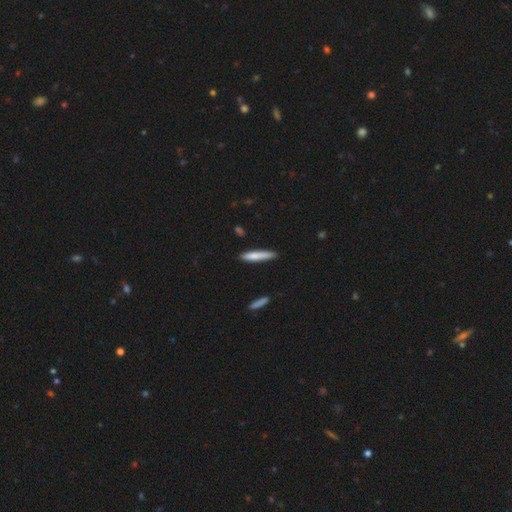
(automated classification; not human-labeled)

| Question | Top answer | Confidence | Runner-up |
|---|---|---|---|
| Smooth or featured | smooth | 76% | featured or disk (18%) |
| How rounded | cigar-shaped | 91% | in between (8%) |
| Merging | none | 83% | minor disturbance (13%) |